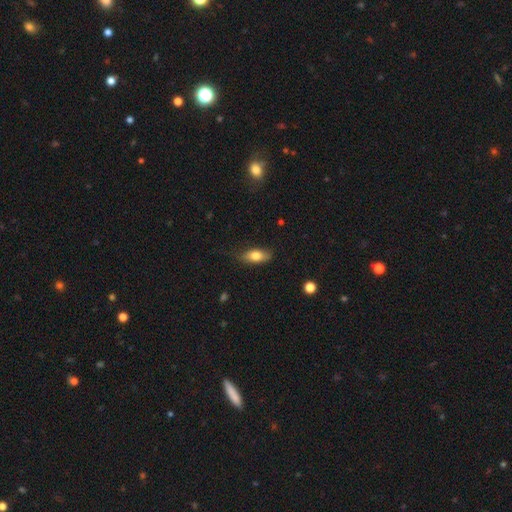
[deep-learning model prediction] Smooth or featured: smooth — 77% (featured or disk — 16%)
How rounded: in between — 80% (cigar-shaped — 16%)
Merging: none — 75% (minor disturbance — 20%)